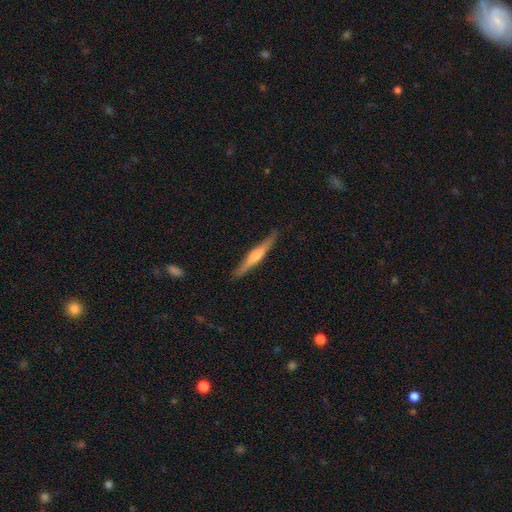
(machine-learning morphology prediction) A featured or disk galaxy (63%) viewed edge-on (97%) with a rounded central bulge (84%). Merging: none (89%).